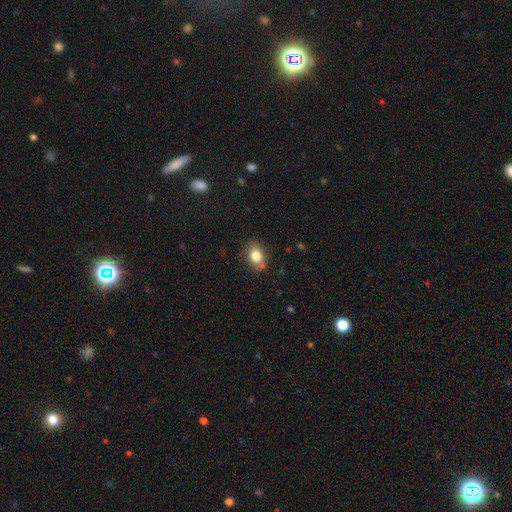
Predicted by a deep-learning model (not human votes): Overall: smooth (81%). How rounded: in between (66%; round 32%). Merging: none (78%).